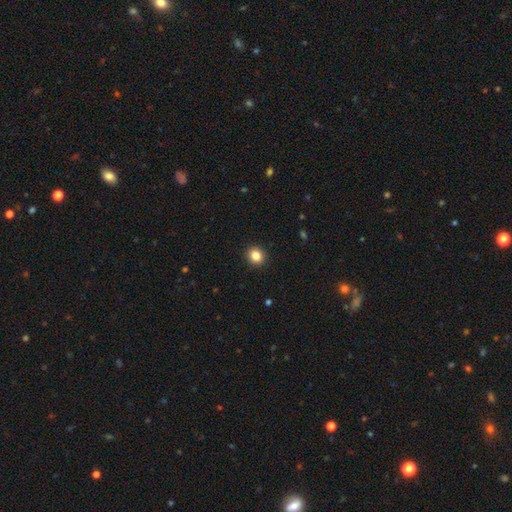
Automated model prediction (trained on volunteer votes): Smooth or featured?
  - smooth: 84% *
  - star or artifact: 11%
  - featured or disk: 5%
How rounded?
  - round: 86% *
  - in between: 13%
  - cigar-shaped: 1%
Merging?
  - none: 93% *
  - minor disturbance: 5%
  - major disturbance: 2%
  - merger: 1%